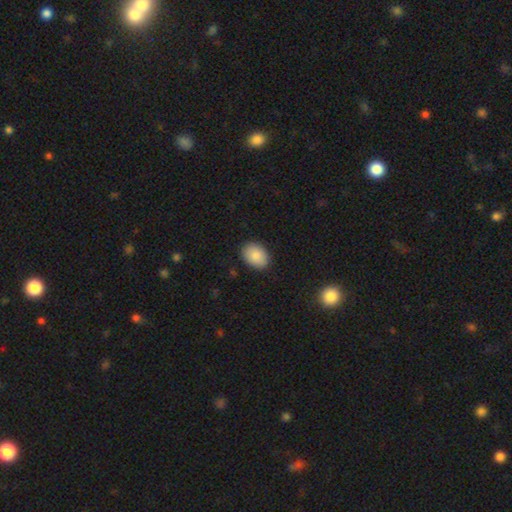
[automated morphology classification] Smooth or featured? smooth (86%)
How rounded? in between (71%)
Merging? none (88%)